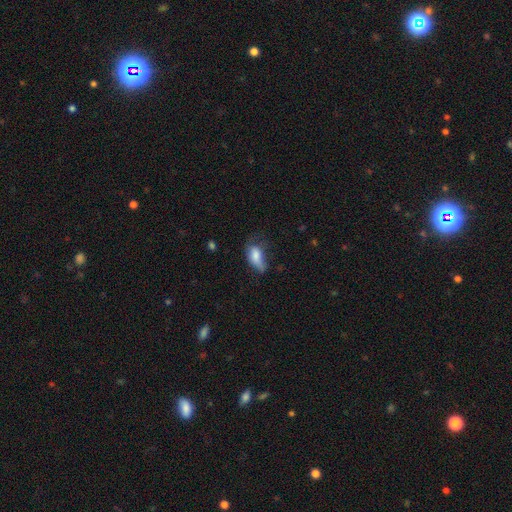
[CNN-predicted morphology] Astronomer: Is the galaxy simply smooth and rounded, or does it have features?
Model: smooth — 75%.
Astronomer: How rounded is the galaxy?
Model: in between — 87%.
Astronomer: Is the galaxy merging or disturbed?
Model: minor disturbance — 36% (runner-up: major disturbance, 33%).